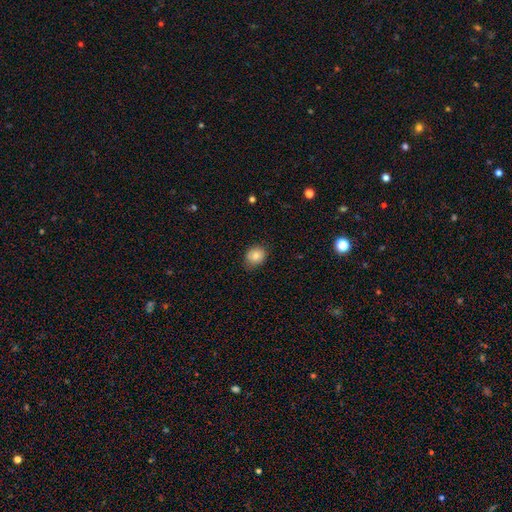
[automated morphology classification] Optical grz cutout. It shows a smooth galaxy with no disk features (82%) that is round (67%). Merging: none (81%).